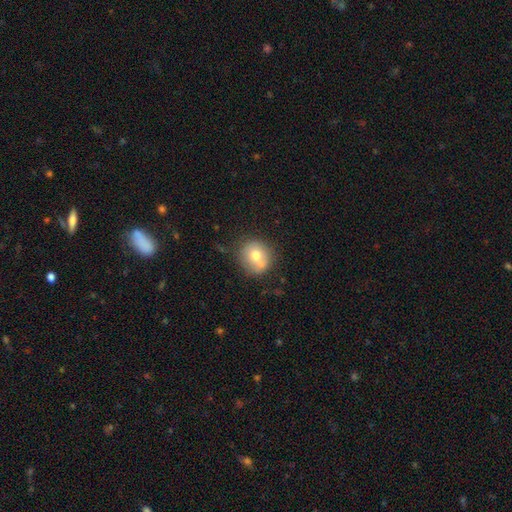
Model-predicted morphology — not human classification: A smooth galaxy with no disk features (69%) that is round (88%).

Vote fractions:
- Smooth or featured? smooth: 69% / featured or disk: 21% / star or artifact: 10%
- How rounded? round: 88% / in between: 11% / cigar-shaped: 1%
- Merging? none: 59% / merger: 23% / minor disturbance: 14% / major disturbance: 4%